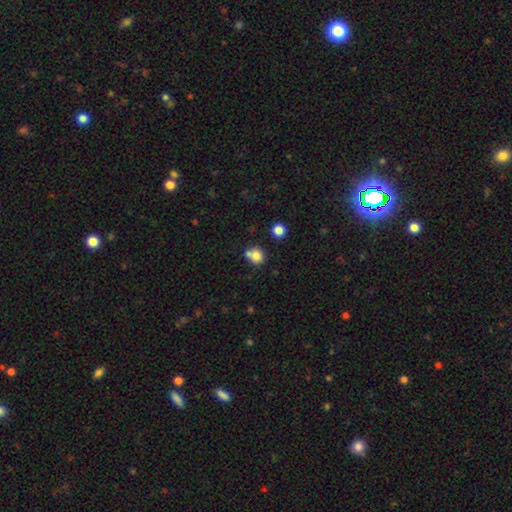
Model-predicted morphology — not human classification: This is likely a smooth galaxy (80%). How rounded: clearly round (82%). Merging: possibly none (56%).